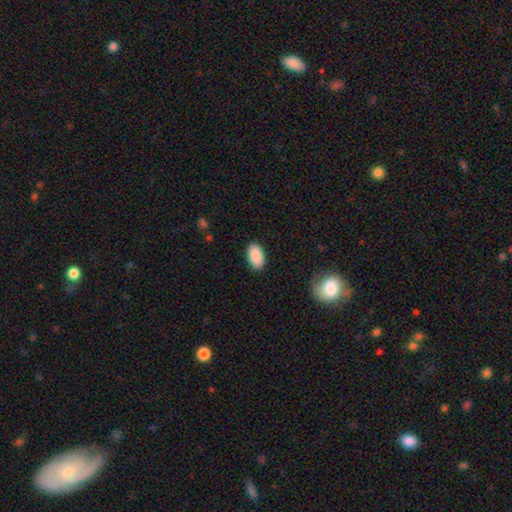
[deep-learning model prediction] Smooth or featured?
  - smooth: 90% *
  - star or artifact: 6%
  - featured or disk: 4%
How rounded?
  - in between: 95% *
  - round: 3%
  - cigar-shaped: 2%
Merging?
  - none: 89% *
  - minor disturbance: 8%
  - major disturbance: 2%
  - merger: 1%